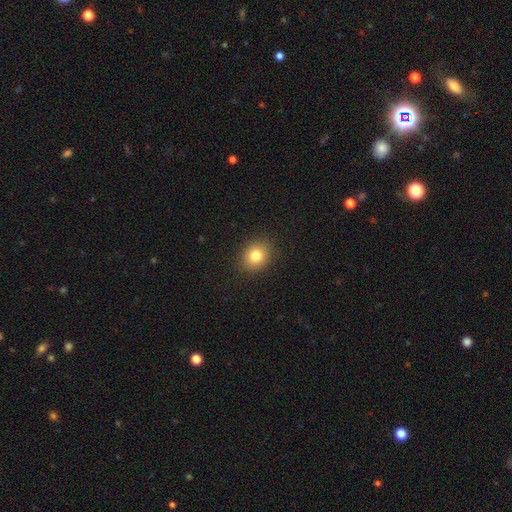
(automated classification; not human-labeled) This appears to be a smooth galaxy with no disk features (80%) that is round (73%). Merging: none (90%).